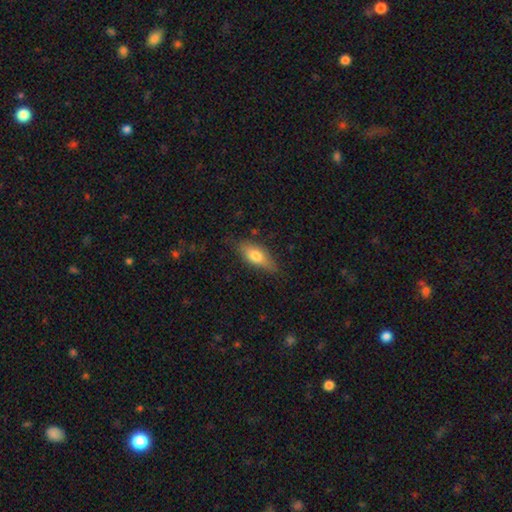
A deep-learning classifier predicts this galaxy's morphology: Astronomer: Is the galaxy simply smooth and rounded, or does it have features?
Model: smooth — 73%.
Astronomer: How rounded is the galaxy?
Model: in between — 77%.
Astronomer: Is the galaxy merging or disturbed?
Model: none — 72%.